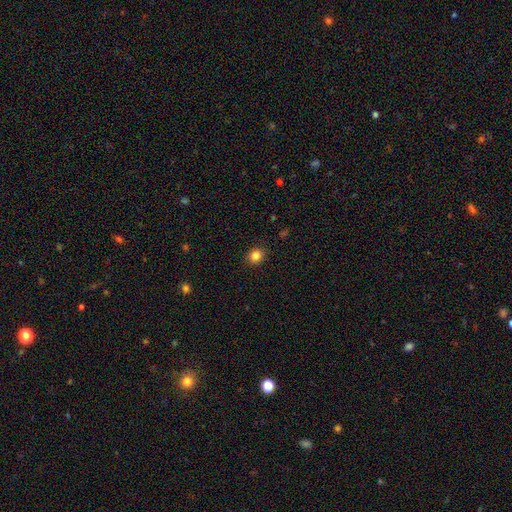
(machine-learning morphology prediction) Smooth or featured?
  - smooth: 84% *
  - star or artifact: 12%
  - featured or disk: 4%
How rounded?
  - round: 76% *
  - in between: 23%
  - cigar-shaped: 1%
Merging?
  - none: 89% *
  - minor disturbance: 8%
  - major disturbance: 2%
  - merger: 1%